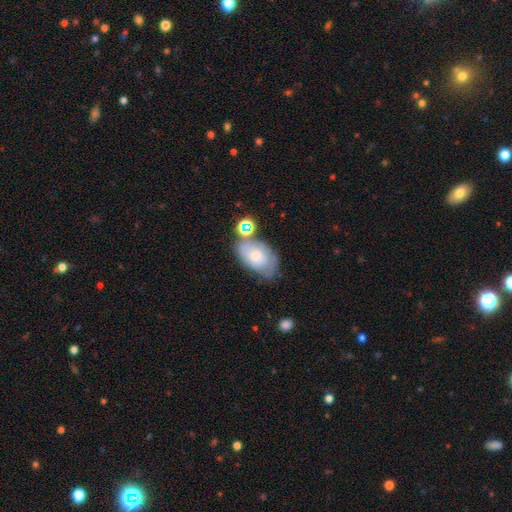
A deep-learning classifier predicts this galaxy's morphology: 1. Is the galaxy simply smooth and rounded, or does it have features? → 58% smooth, 32% featured or disk, 10% star or artifact.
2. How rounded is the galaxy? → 88% in between, 11% round, 1% cigar-shaped.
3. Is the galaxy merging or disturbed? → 46% none, 25% minor disturbance, 16% merger, 13% major disturbance.